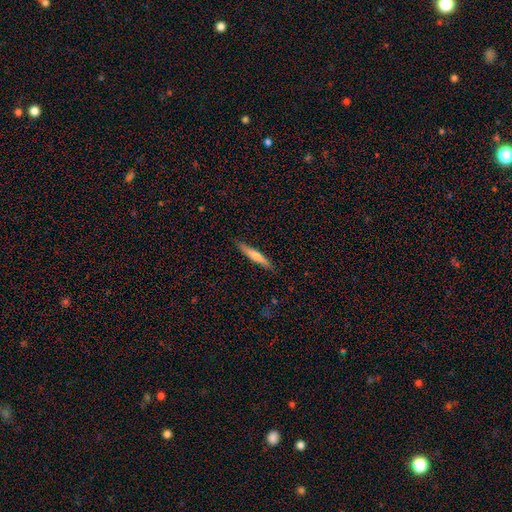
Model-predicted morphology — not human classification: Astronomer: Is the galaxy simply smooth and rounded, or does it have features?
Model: smooth — 60% (runner-up: featured or disk, 35%).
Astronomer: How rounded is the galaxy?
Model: cigar-shaped — 93%.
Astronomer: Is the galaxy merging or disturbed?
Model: none — 89%.